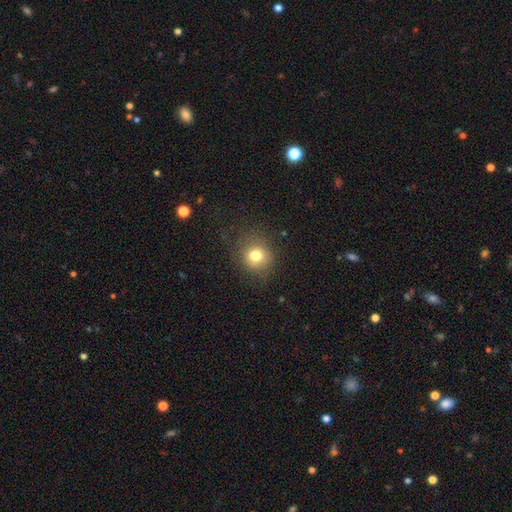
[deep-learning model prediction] Smooth or featured: smooth — 76% (star or artifact — 14%)
How rounded: round — 84% (in between — 15%)
Merging: none — 79% (minor disturbance — 14%)